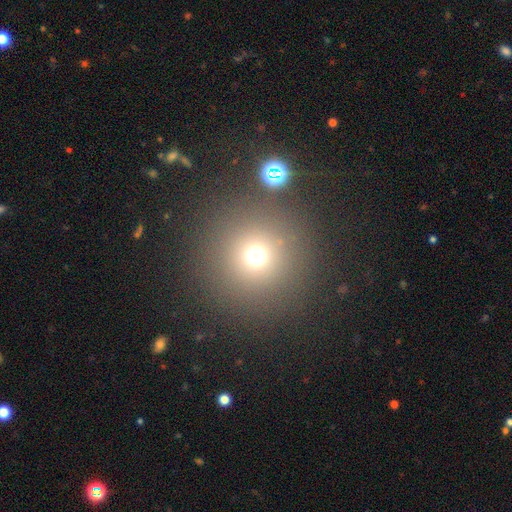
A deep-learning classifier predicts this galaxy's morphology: Smooth or featured: smooth — 68% (star or artifact — 25%)
How rounded: round — 94% (in between — 5%)
Merging: none — 82% (merger — 7%)